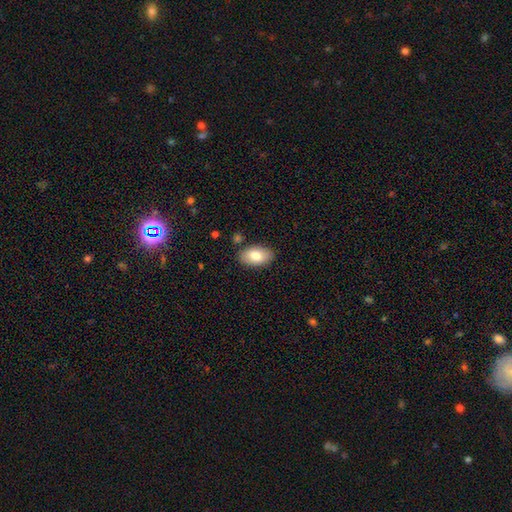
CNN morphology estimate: smooth 79%, featured or disk 15%, star or artifact 7%. Down the decision tree: how rounded — in between (93%); merging — none (85%).